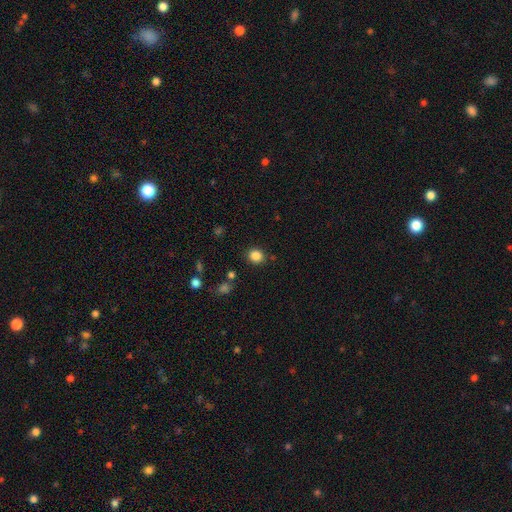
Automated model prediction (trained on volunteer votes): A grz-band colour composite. It shows a smooth galaxy with no disk features (85%) that is round (81%). Merging: none (87%).